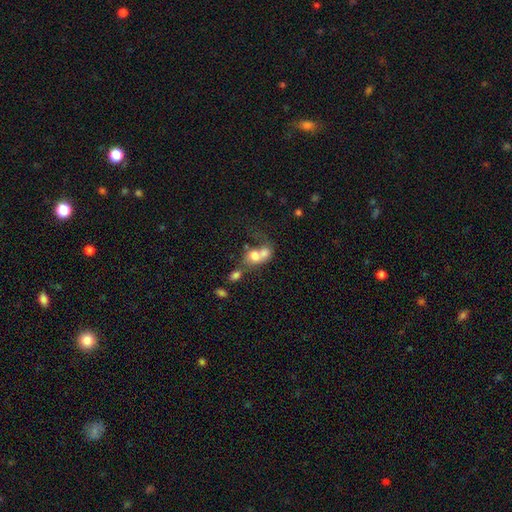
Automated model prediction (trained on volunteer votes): Smooth or featured? Predicted: smooth (p=0.67). How rounded? Predicted: round (p=0.50). Merging? Predicted: merger (p=0.71).